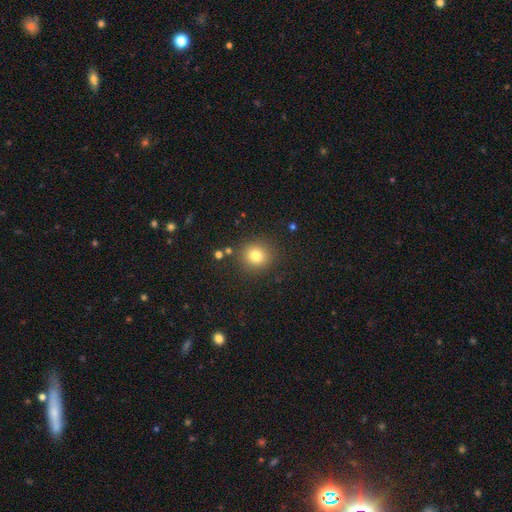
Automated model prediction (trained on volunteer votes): Smooth or featured? Predicted: smooth (p=0.80). How rounded? Predicted: round (p=0.89). Merging? Predicted: none (p=0.87).